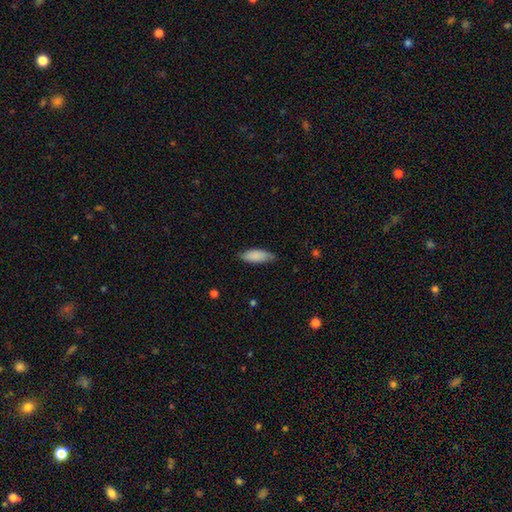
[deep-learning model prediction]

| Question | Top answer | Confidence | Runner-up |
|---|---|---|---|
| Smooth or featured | smooth | 87% | featured or disk (7%) |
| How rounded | in between | 75% | cigar-shaped (23%) |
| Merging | none | 75% | minor disturbance (21%) |